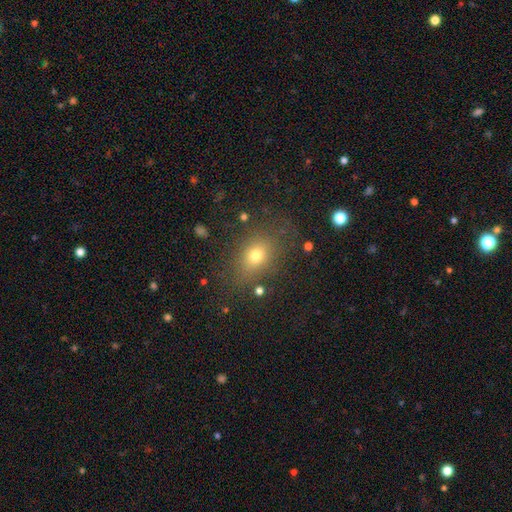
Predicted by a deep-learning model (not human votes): Q: Smooth or featured?
A: smooth (71%); runner-up: star or artifact (17%)
Q: How rounded?
A: in between (64%); runner-up: round (34%)
Q: Merging?
A: none (78%); runner-up: minor disturbance (13%)